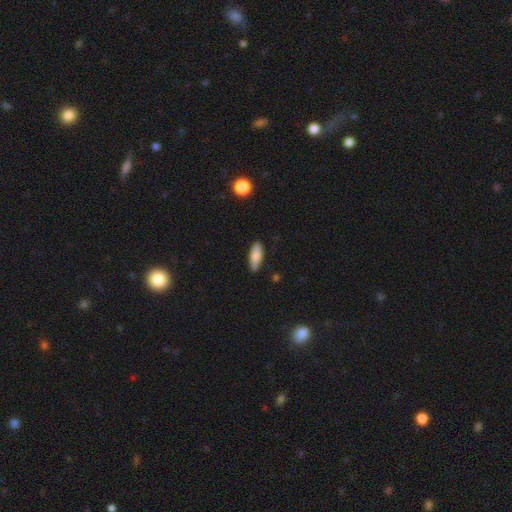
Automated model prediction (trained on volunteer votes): This appears to be a smooth galaxy with no disk features (80%) that is in between round and cigar-shaped (64%). Merging: none (83%).